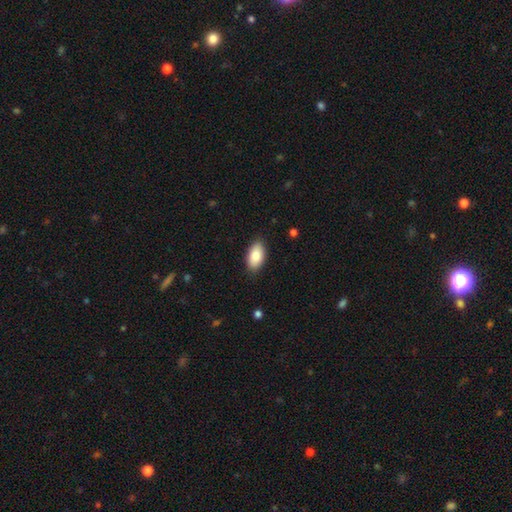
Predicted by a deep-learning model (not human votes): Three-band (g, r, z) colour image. It shows a smooth galaxy with no disk features (84%) that is in between round and cigar-shaped (94%). Merging: none (87%).